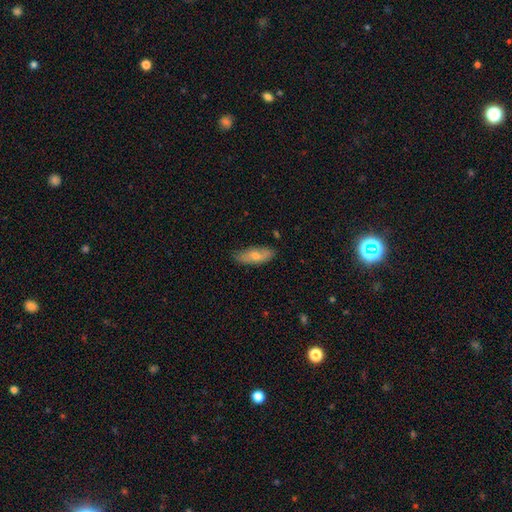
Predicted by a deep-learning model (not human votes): A smooth galaxy with no disk features (56%) that is in between round and cigar-shaped (68%). Merging: none (79%).